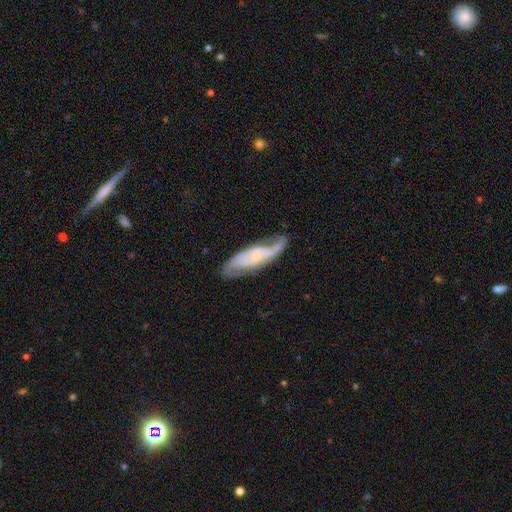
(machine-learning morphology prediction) smooth-or-featured: featured or disk: 75% | smooth: 18% | star or artifact: 6%
  disk-edge-on: no: 81% | yes: 19%
    bar: no: 49% | weak: 36% | strong: 14%
    has-spiral-arms: yes: 91% | no: 9%
      spiral-winding: medium: 43% | loose: 32% | tight: 25%
      spiral-arm-count: 2: 76% | can't tell: 14% | 1: 4% | 3: 3% | 4: 1% | more than 4: 1%
    bulge-size: small: 59% | moderate: 19% | none: 18% | large: 3% | dominant: 1%
  merging: none: 64% | minor disturbance: 23% | major disturbance: 11% | merger: 2%